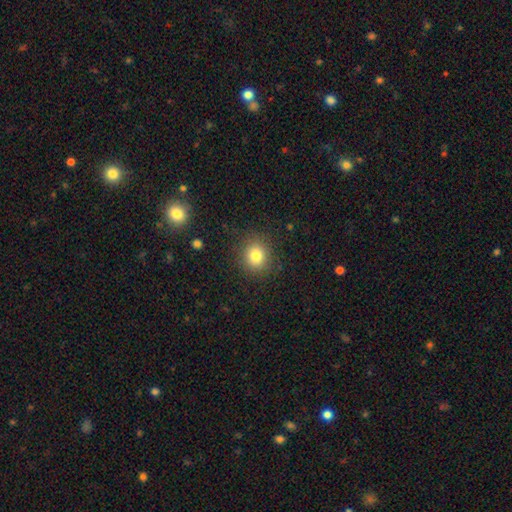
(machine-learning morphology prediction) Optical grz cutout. It shows a smooth galaxy with no disk features (80%) that is round (83%). Merging: none (87%).